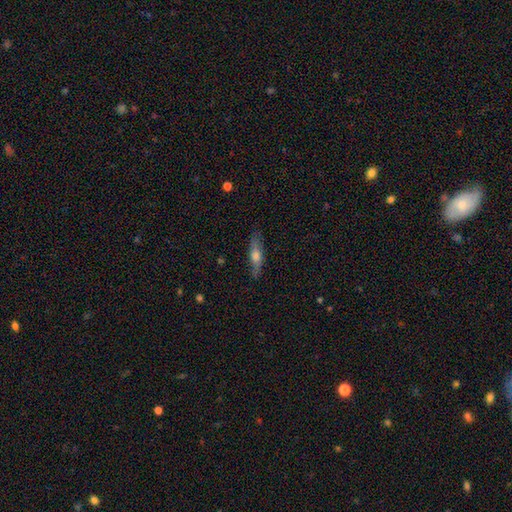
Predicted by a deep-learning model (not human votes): smooth_or_featured: smooth (p=0.50) [alt: featured or disk p=0.43]
how_rounded: cigar-shaped (p=0.70) [alt: in between p=0.28]
merging: none (p=0.83) [alt: minor disturbance p=0.13]